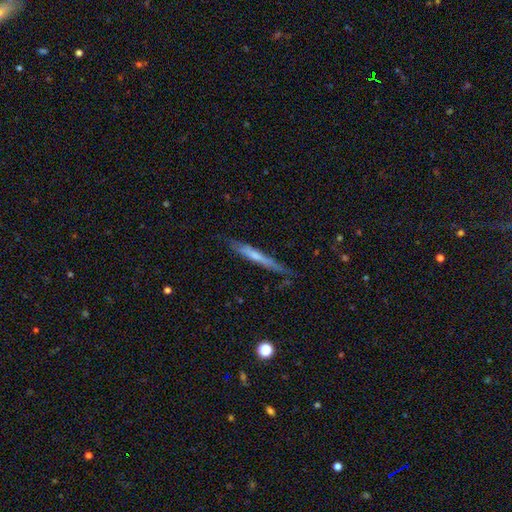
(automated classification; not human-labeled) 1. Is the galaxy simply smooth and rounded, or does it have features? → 48% featured or disk, 46% smooth, 6% star or artifact.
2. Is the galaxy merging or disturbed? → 74% none, 20% minor disturbance, 4% major disturbance, 2% merger.